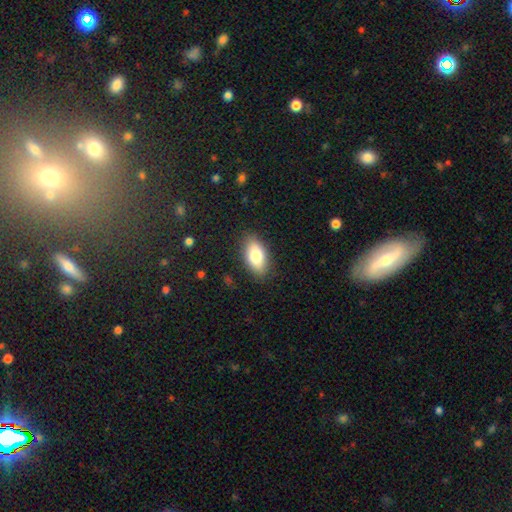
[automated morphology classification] smooth 81%, featured or disk 12%, star or artifact 7%. Down the decision tree: how rounded — in between (91%); merging — none (85%).